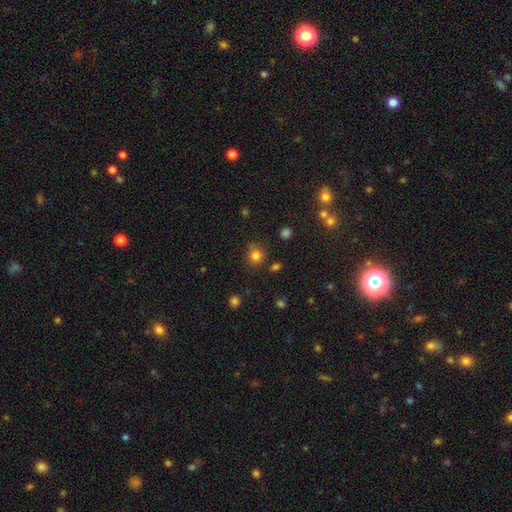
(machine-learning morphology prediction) Smooth or featured?
  - smooth: 80% *
  - star or artifact: 14%
  - featured or disk: 6%
How rounded?
  - round: 85% *
  - in between: 14%
  - cigar-shaped: 1%
Merging?
  - none: 75% *
  - minor disturbance: 15%
  - merger: 6%
  - major disturbance: 4%